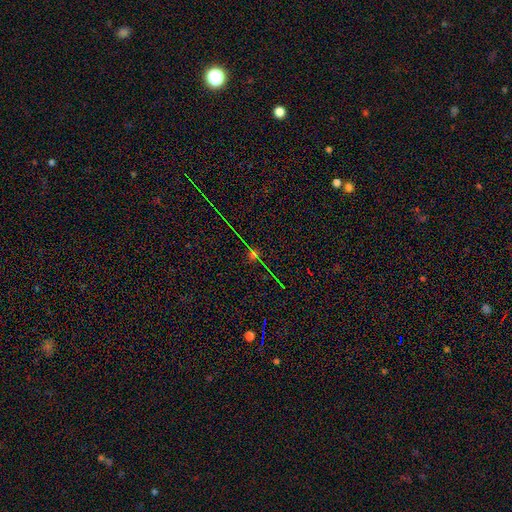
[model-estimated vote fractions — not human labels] Q: Smooth or featured?
A: star or artifact (70%); runner-up: smooth (16%)